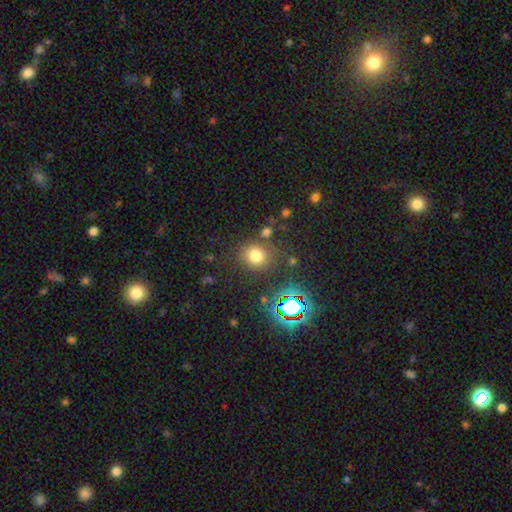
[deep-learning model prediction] Overall: smooth (72%). How rounded: round (82%). Merging: none (78%).